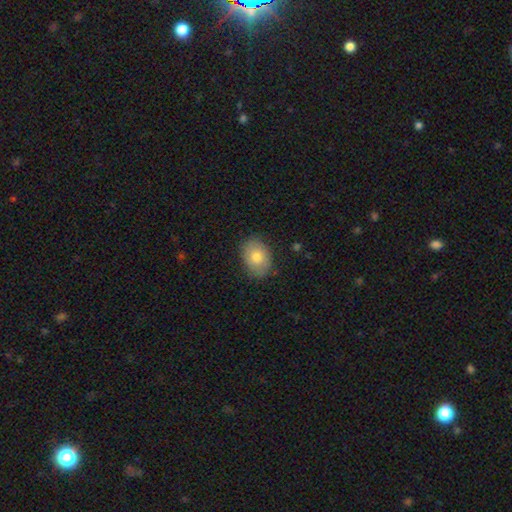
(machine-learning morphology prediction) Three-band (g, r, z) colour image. It shows a smooth galaxy with no disk features (79%) that is in between round and cigar-shaped (71%). Merging: none (84%).